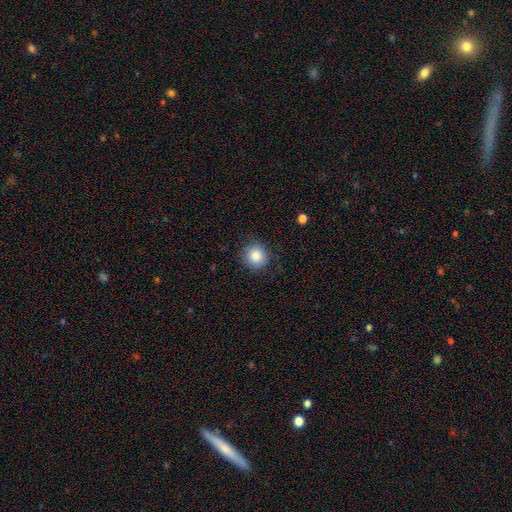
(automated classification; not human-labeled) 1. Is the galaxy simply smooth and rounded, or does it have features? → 85% smooth, 9% star or artifact, 6% featured or disk.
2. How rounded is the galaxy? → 91% round, 9% in between, 1% cigar-shaped.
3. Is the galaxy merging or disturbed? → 87% none, 9% minor disturbance, 3% major disturbance, 1% merger.